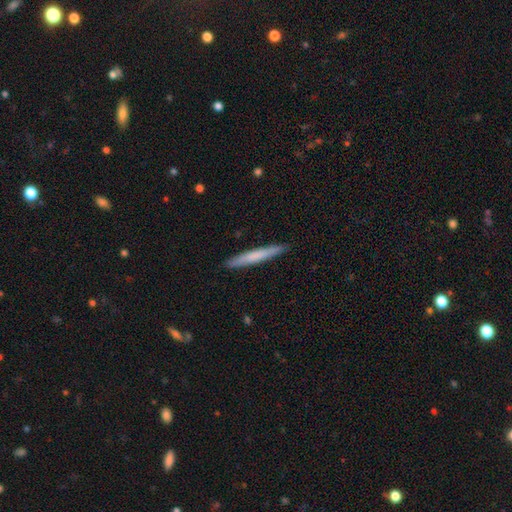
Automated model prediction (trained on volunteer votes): Smooth or featured?
  - smooth: 65% *
  - featured or disk: 30%
  - star or artifact: 5%
How rounded?
  - cigar-shaped: 96% *
  - in between: 3%
  - round: 1%
Merging?
  - none: 91% *
  - minor disturbance: 7%
  - major disturbance: 1%
  - merger: 1%